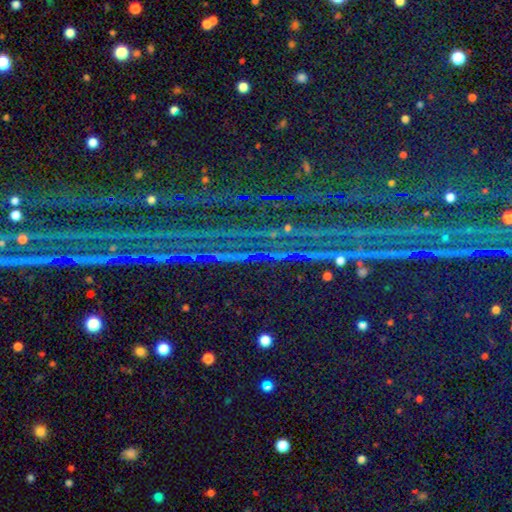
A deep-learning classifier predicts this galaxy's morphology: This appears to be a star or artifact, not a galaxy (83%).